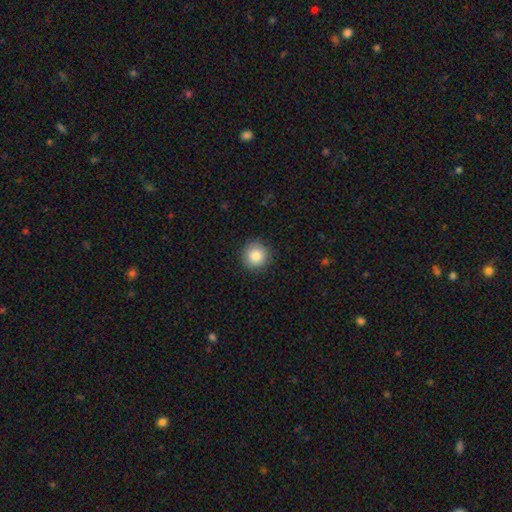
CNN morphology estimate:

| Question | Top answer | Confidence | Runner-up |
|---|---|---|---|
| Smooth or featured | smooth | 85% | star or artifact (9%) |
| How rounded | round | 95% | in between (4%) |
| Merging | none | 91% | minor disturbance (6%) |